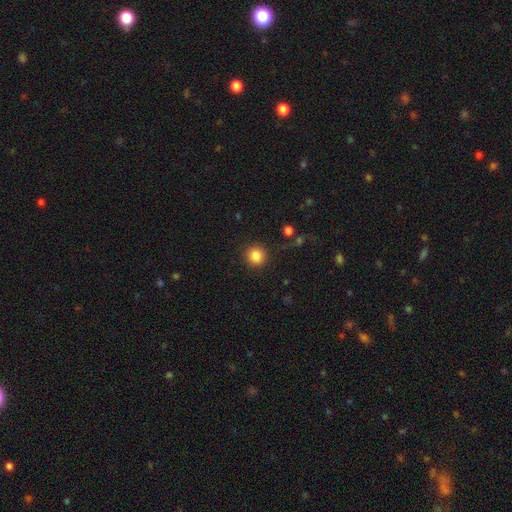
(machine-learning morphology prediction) Overall: smooth (85%). How rounded: round (93%). Merging: none (89%).